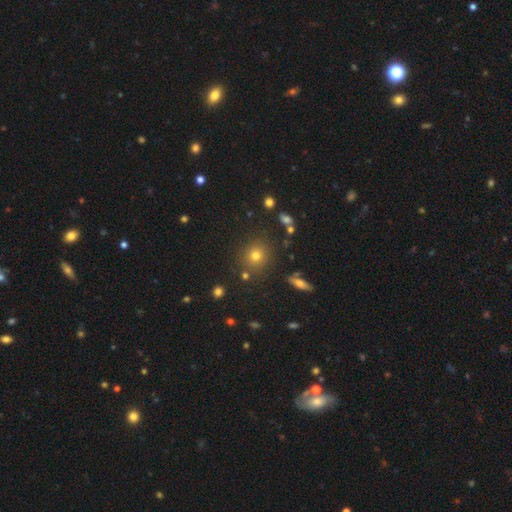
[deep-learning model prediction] A smooth galaxy with no disk features (72%) that is round (86%). Merging: none (84%).